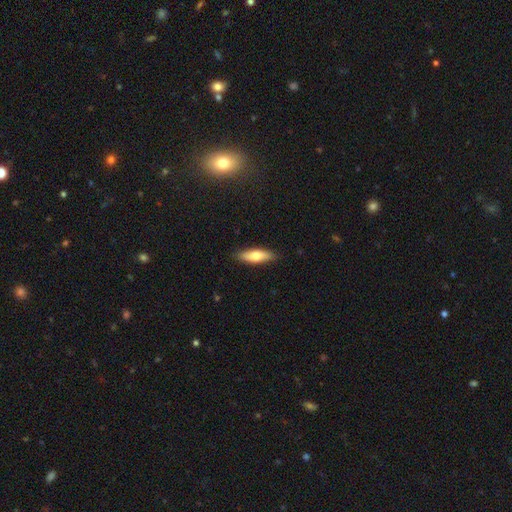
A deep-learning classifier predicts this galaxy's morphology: smooth 70%, featured or disk 24%, star or artifact 6%. Down the decision tree: how rounded — cigar-shaped (52%); merging — none (87%).